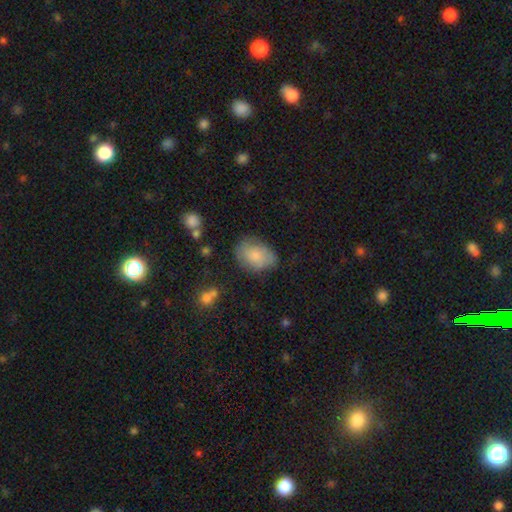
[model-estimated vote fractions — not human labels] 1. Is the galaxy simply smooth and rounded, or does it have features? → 77% smooth, 16% featured or disk, 7% star or artifact.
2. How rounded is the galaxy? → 81% in between, 18% round, 1% cigar-shaped.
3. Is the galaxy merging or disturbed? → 65% none, 25% minor disturbance, 8% major disturbance, 3% merger.